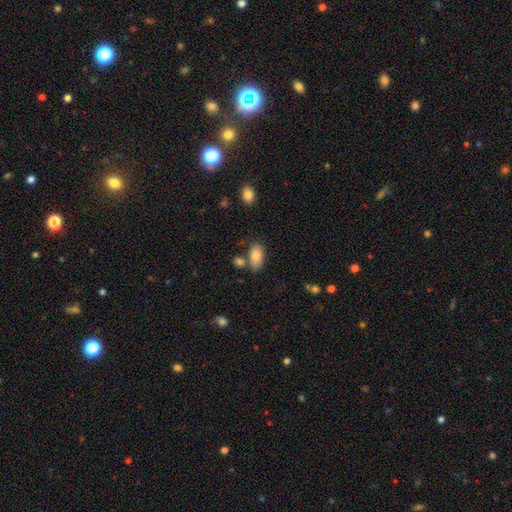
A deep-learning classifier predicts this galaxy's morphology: Smooth or featured? Predicted: smooth (p=0.84). How rounded? Predicted: in between (p=0.93). Merging? Predicted: none (p=0.65).